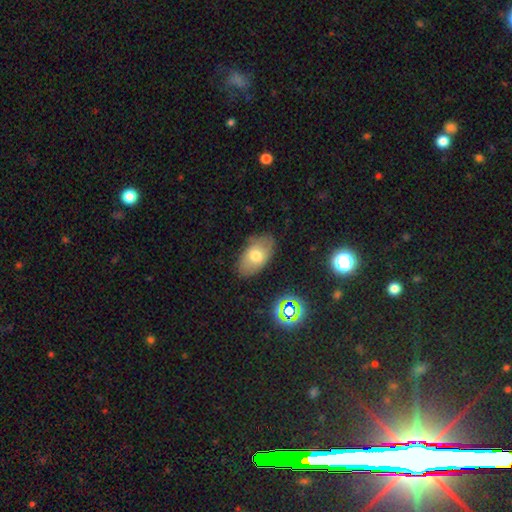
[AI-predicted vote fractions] This is likely a smooth galaxy (68%). How rounded: clearly in between (92%). Merging: likely none (75%).